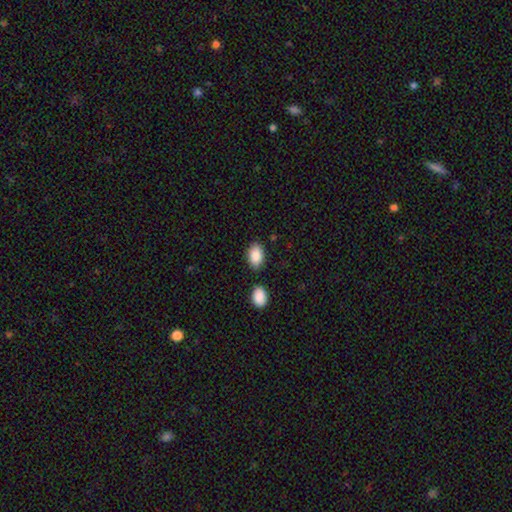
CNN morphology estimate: Smooth or featured?
  - smooth: 88% *
  - star or artifact: 6%
  - featured or disk: 6%
How rounded?
  - in between: 91% *
  - round: 8%
  - cigar-shaped: 1%
Merging?
  - none: 78% *
  - minor disturbance: 13%
  - merger: 7%
  - major disturbance: 3%